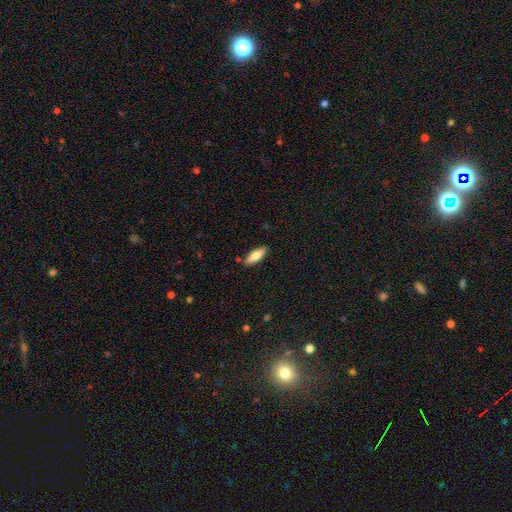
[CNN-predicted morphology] Smooth or featured: smooth — 71% (featured or disk — 23%)
How rounded: in between — 64% (cigar-shaped — 34%)
Merging: none — 87% (minor disturbance — 10%)